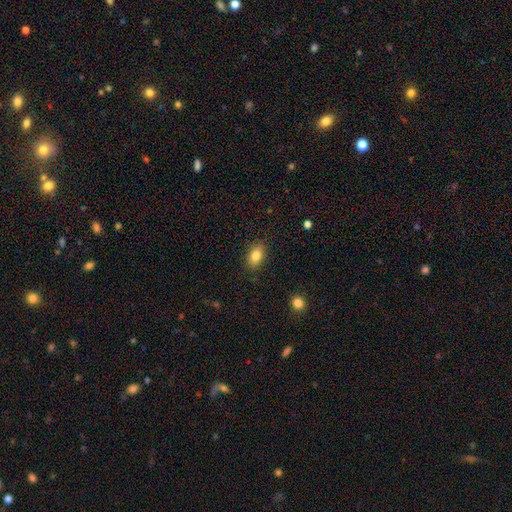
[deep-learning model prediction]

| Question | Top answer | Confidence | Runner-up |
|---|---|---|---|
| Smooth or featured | smooth | 84% | star or artifact (8%) |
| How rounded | in between | 86% | round (13%) |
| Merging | none | 86% | minor disturbance (10%) |